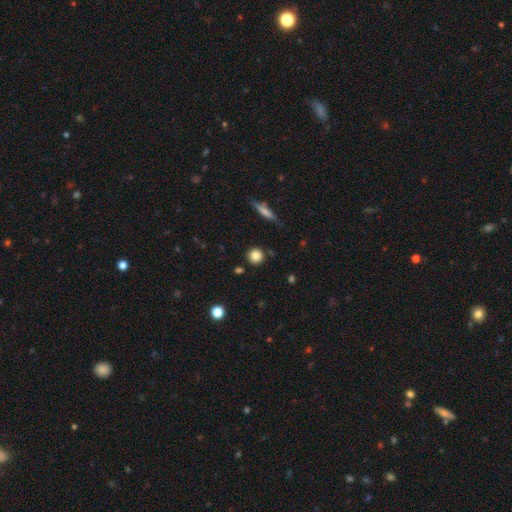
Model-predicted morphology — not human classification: This appears to be a smooth galaxy with no disk features (84%) that is round (92%). Merging: none (87%).